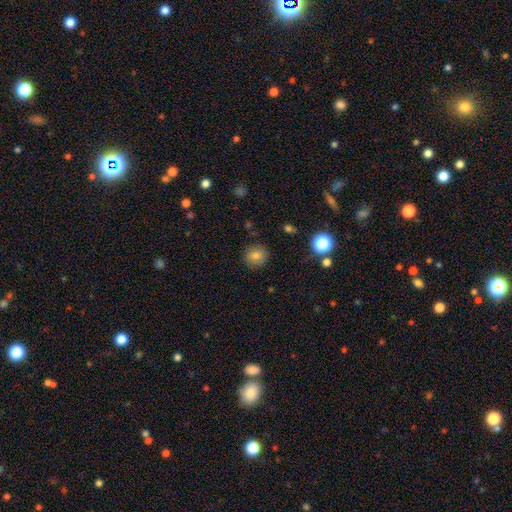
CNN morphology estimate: smooth-or-featured: smooth: 78% | star or artifact: 12% | featured or disk: 10%
  how-rounded: round: 88% | in between: 11% | cigar-shaped: 1%
  merging: none: 88% | minor disturbance: 8% | major disturbance: 2% | merger: 1%